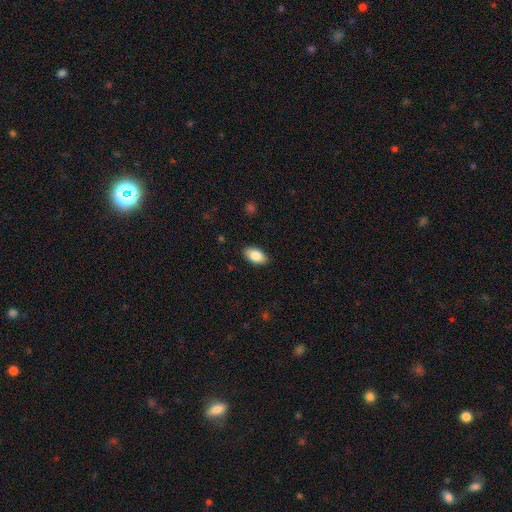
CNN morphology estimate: smooth-or-featured: smooth: 85% | featured or disk: 8% | star or artifact: 7%
  how-rounded: in between: 93% | round: 5% | cigar-shaped: 2%
  merging: none: 88% | minor disturbance: 9% | major disturbance: 2% | merger: 1%